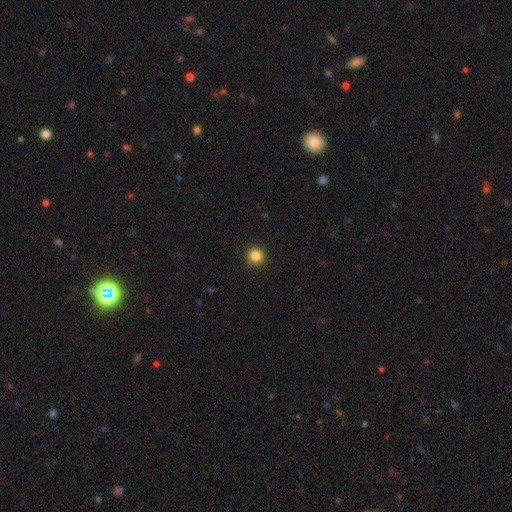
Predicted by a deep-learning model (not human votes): This appears to be a smooth galaxy with no disk features (84%) that is round (95%). Merging: none (92%).